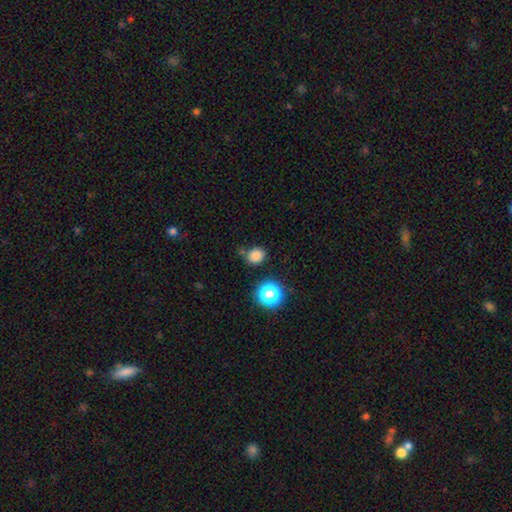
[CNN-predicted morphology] A smooth galaxy with no disk features (80%) that is round (68%).

Vote fractions:
- Smooth or featured? smooth: 80% / star or artifact: 16% / featured or disk: 4%
- How rounded? round: 68% / in between: 31% / cigar-shaped: 1%
- Merging? none: 72% / minor disturbance: 16% / merger: 8% / major disturbance: 5%